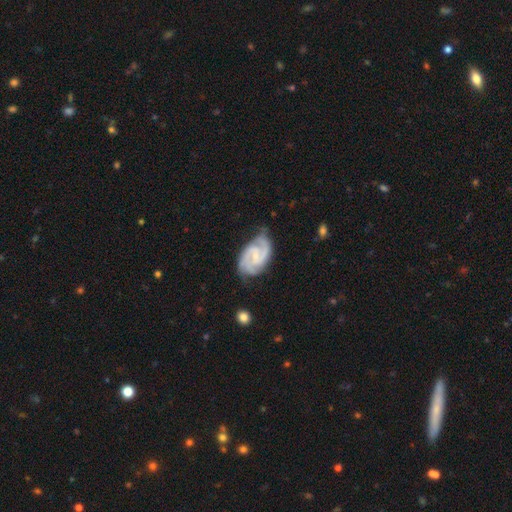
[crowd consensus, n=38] A featured or disk galaxy (95%) with a weak bar (54%), 2 (74%) tight (57%) spiral arms (100%) and a small central bulge (71%). Merging: none (59%).